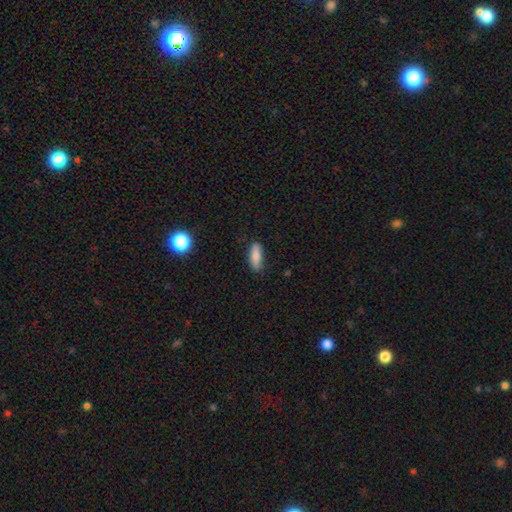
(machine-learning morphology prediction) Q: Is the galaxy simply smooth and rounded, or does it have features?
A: smooth — 82%.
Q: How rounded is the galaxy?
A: in between — 53%.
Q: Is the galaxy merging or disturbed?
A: none — 81%.